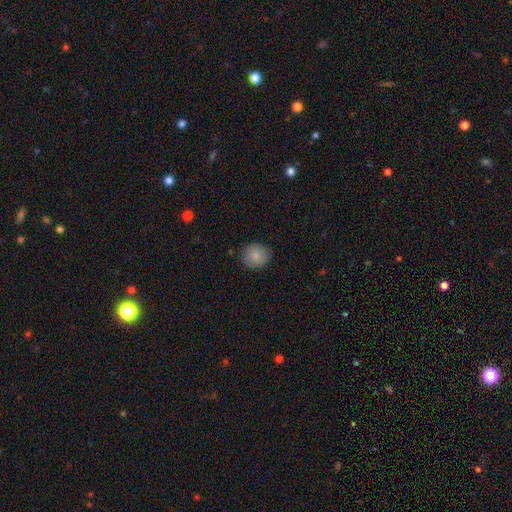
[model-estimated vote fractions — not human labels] The model was most divided on "how rounded": round: 83%, in between: 16%, cigar-shaped: 1%. More confident: merging — none (85%); smooth or featured — smooth (82%).